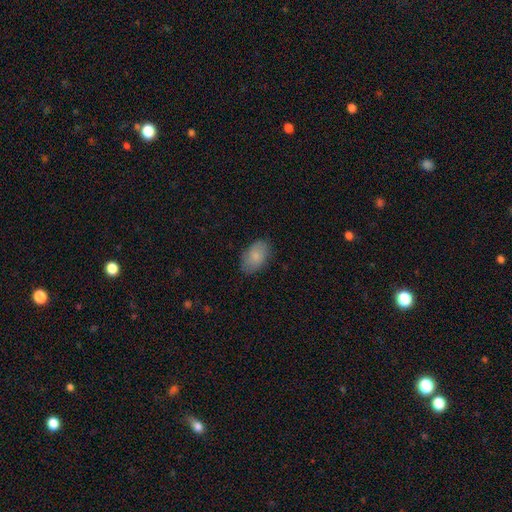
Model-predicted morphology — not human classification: Smooth or featured: smooth — 84% (featured or disk — 10%)
How rounded: in between — 92% (round — 7%)
Merging: none — 83% (minor disturbance — 13%)